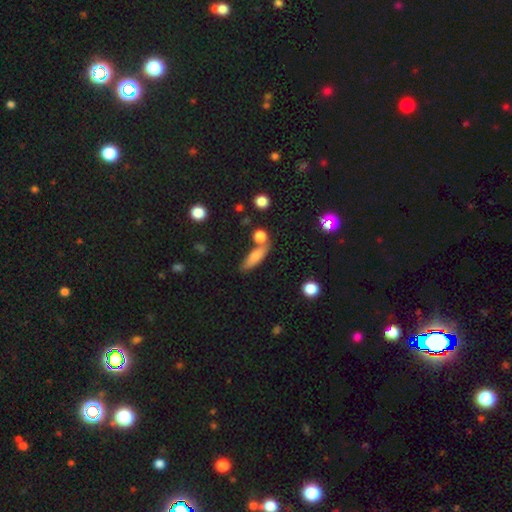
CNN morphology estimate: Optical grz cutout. It shows a smooth galaxy with no disk features (75%) that is in between round and cigar-shaped (50%). Merging: none (59%).